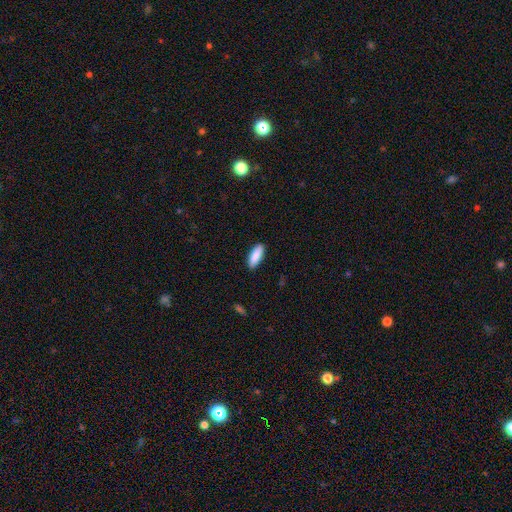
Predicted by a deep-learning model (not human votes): Smooth or featured: smooth — 90% (star or artifact — 6%)
How rounded: in between — 67% (cigar-shaped — 32%)
Merging: none — 90% (minor disturbance — 8%)